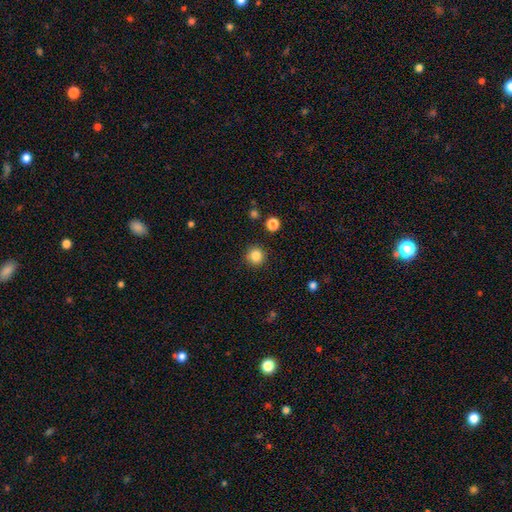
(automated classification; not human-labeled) A smooth galaxy with no disk features (84%) that is round (95%).

Vote fractions:
- Smooth or featured? smooth: 84% / star or artifact: 11% / featured or disk: 4%
- How rounded? round: 95% / in between: 4% / cigar-shaped: 1%
- Merging? none: 91% / minor disturbance: 5% / major disturbance: 2% / merger: 1%